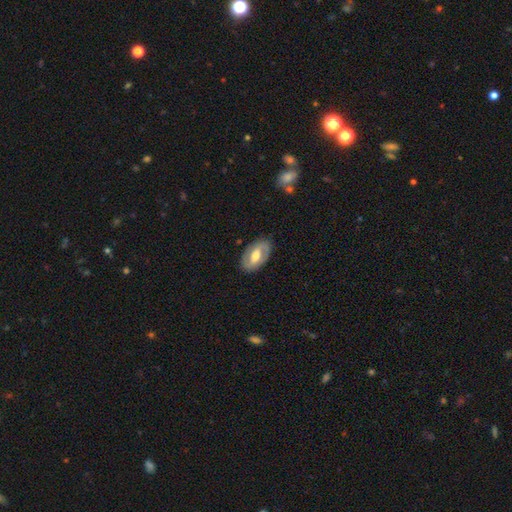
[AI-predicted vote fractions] The model was most divided on "bar": weak: 41%, strong: 34%, no: 25%. More confident: edge-on disk — no (93%); merging — none (84%); bulge size — moderate (67%); smooth or featured — featured or disk (62%); spiral arms — yes (58%).